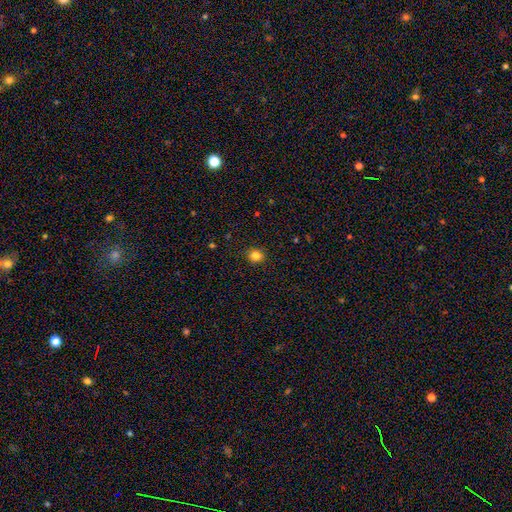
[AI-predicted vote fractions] Smooth or featured: smooth — 83% (star or artifact — 13%)
How rounded: round — 81% (in between — 18%)
Merging: none — 90% (minor disturbance — 7%)